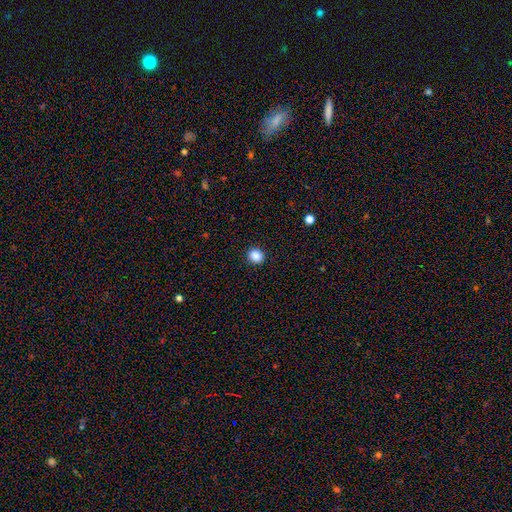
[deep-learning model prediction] The model was most divided on "how rounded": round: 80%, in between: 20%, cigar-shaped: 1%. More confident: merging — none (92%); smooth or featured — smooth (86%).